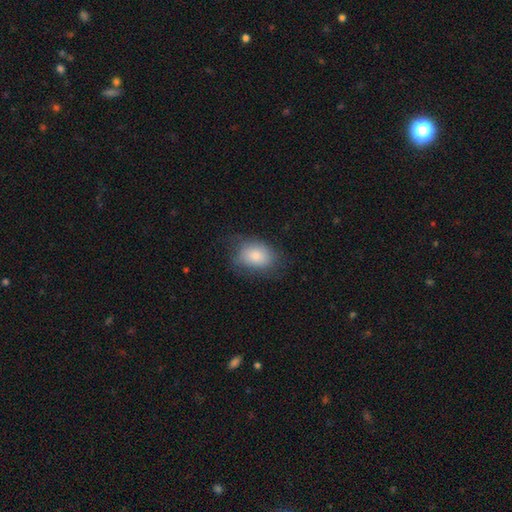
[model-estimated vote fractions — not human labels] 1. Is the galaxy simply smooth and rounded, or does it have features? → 80% smooth, 12% featured or disk, 8% star or artifact.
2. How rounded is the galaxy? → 75% in between, 24% round, 1% cigar-shaped.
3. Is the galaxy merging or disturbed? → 62% none, 25% minor disturbance, 11% major disturbance, 1% merger.